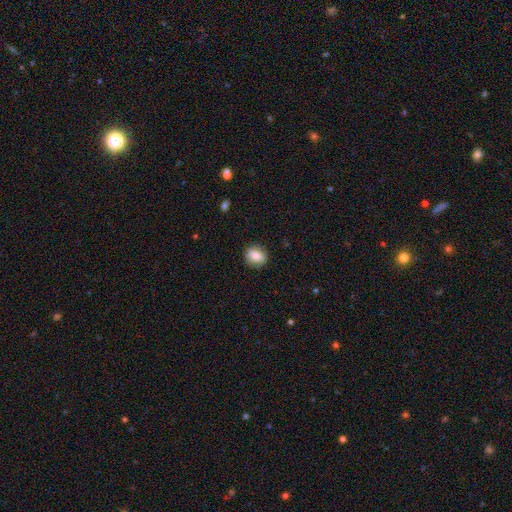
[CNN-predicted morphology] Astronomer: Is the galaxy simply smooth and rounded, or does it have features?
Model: smooth — 81%.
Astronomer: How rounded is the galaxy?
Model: round — 65%.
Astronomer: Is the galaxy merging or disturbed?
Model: none — 86%.